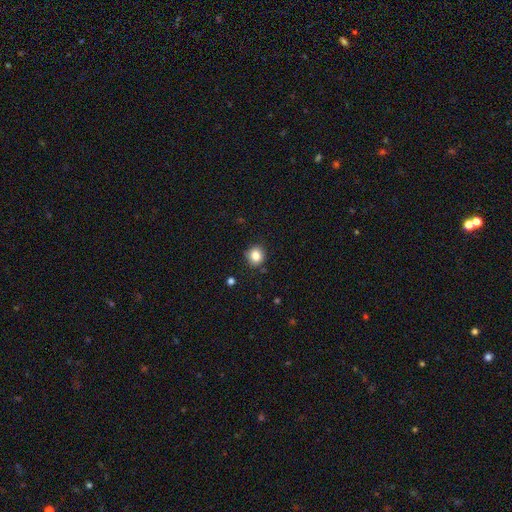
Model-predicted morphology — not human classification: A smooth galaxy with no disk features (84%) that is round (88%). Merging: none (89%).